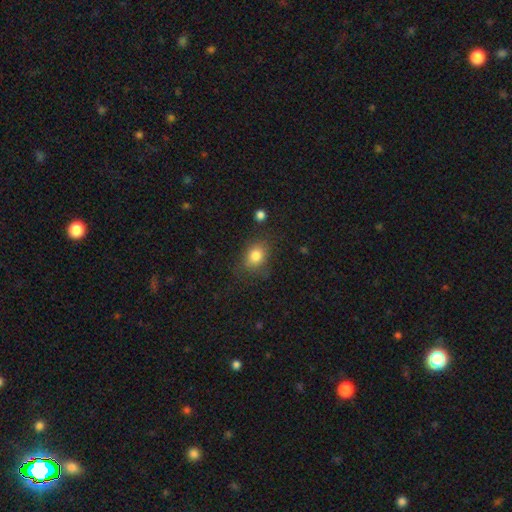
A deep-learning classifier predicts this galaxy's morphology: Smooth or featured: smooth — 82% (star or artifact — 10%)
How rounded: in between — 57% (round — 41%)
Merging: none — 73% (minor disturbance — 18%)